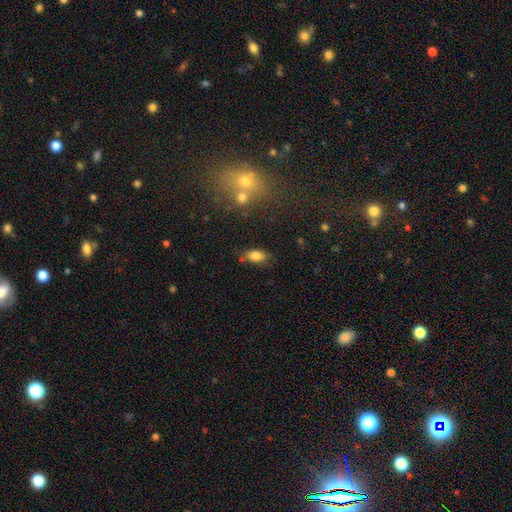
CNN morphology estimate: This is clearly a smooth galaxy (84%). How rounded: clearly in between (91%). Merging: likely none (76%).